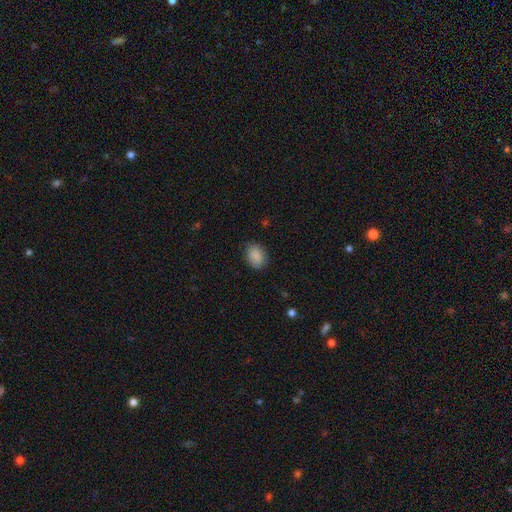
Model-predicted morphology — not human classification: Smooth or featured?
  - smooth: 88% *
  - star or artifact: 7%
  - featured or disk: 5%
How rounded?
  - in between: 68% *
  - round: 31%
  - cigar-shaped: 1%
Merging?
  - none: 81% *
  - minor disturbance: 15%
  - major disturbance: 3%
  - merger: 1%